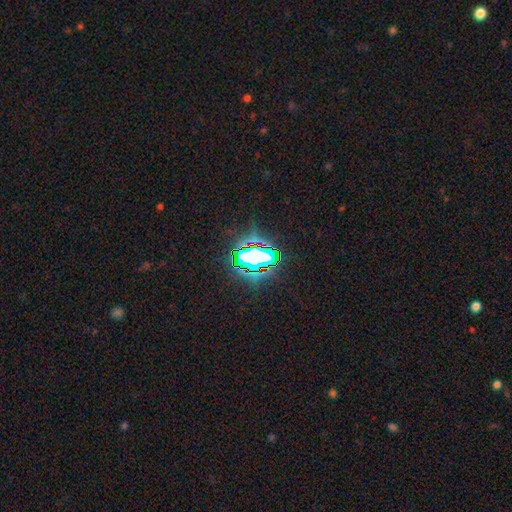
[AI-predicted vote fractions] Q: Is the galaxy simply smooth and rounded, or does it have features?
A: star or artifact — 77%.